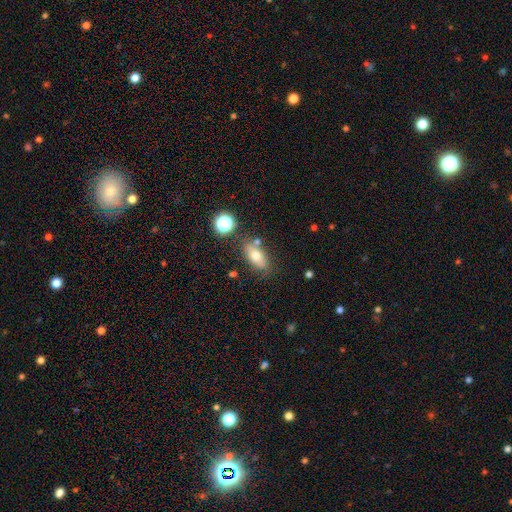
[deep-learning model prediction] Smooth or featured? smooth (69%)
How rounded? in between (79%)
Merging? none (73%)